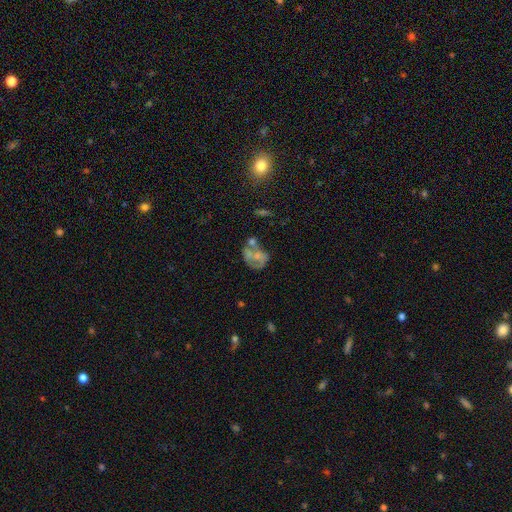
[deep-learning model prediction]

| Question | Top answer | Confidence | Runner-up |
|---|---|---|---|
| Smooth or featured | featured or disk | 49% | smooth (39%) |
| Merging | merger | 35% | none (26%) |